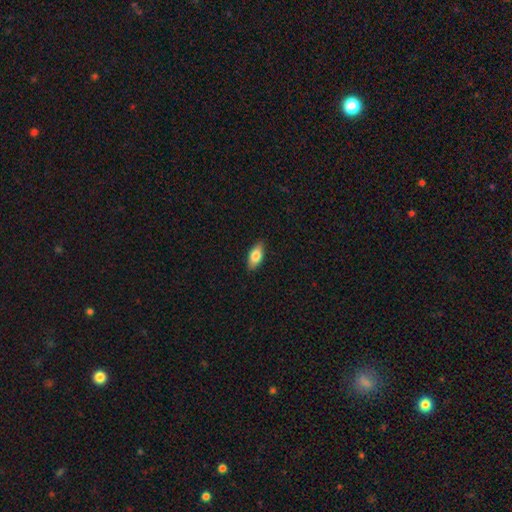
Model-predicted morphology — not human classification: Smooth or featured? smooth (78%)
How rounded? in between (88%)
Merging? none (87%)